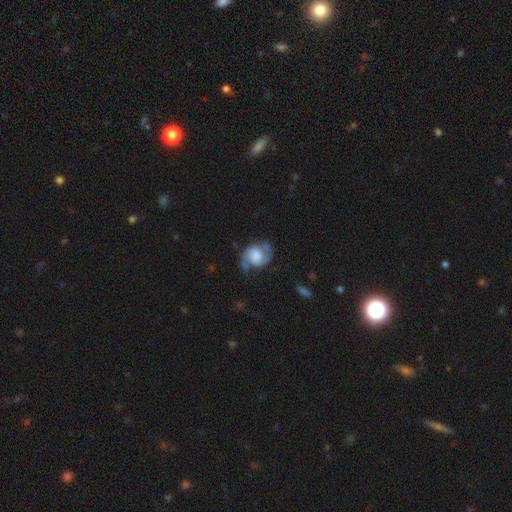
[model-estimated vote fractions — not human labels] Smooth or featured?
  - featured or disk: 70% *
  - smooth: 22%
  - star or artifact: 7%
Edge-on disk?
  - no: 98% *
  - yes: 2%
Bar?
  - no: 59% *
  - weak: 32%
  - strong: 8%
Spiral arms?
  - yes: 91% *
  - no: 9%
Spiral winding?
  - medium: 47% *
  - loose: 32%
  - tight: 21%
Spiral arm count?
  - 2: 88% *
  - can't tell: 5%
  - 1: 4%
  - 3: 1%
  - 4: 1%
  - more than 4: 1%
Bulge size?
  - large: 30% *
  - moderate: 22%
  - none: 21%
  - small: 19%
  - dominant: 7%
Merging?
  - none: 58% *
  - minor disturbance: 23%
  - major disturbance: 15%
  - merger: 4%